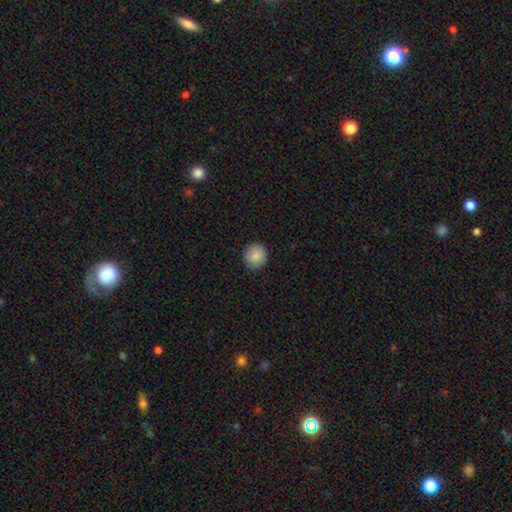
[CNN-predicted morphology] smooth_or_featured: smooth (p=0.87) [alt: star or artifact p=0.07]
how_rounded: round (p=0.90) [alt: in between p=0.09]
merging: none (p=0.90) [alt: minor disturbance p=0.07]